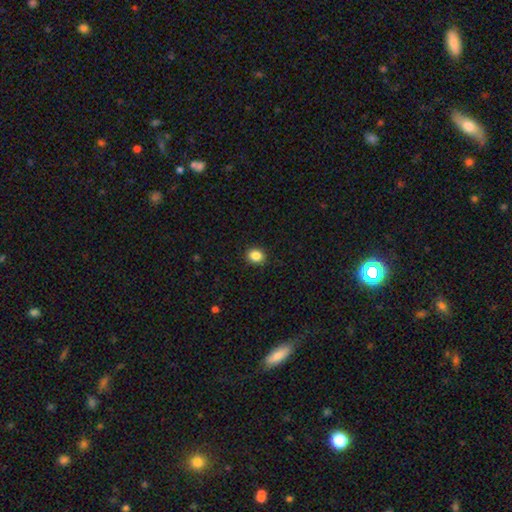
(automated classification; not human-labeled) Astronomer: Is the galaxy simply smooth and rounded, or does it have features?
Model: smooth — 86%.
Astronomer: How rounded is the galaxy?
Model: round — 66%.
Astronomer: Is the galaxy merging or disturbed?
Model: none — 91%.